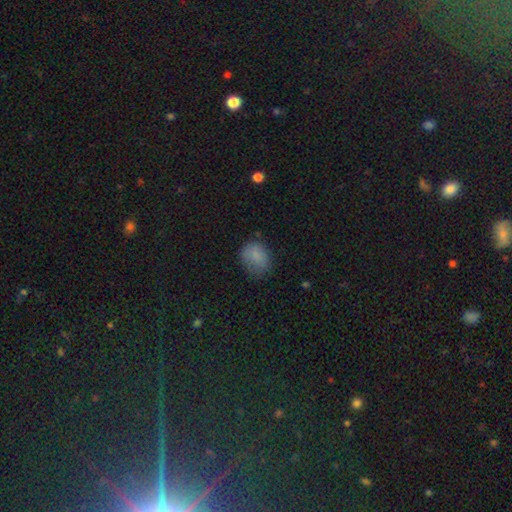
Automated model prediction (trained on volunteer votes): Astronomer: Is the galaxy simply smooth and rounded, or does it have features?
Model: smooth — 82%.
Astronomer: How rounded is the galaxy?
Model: round — 50% (runner-up: in between, 49%).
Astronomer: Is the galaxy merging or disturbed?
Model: none — 61%.